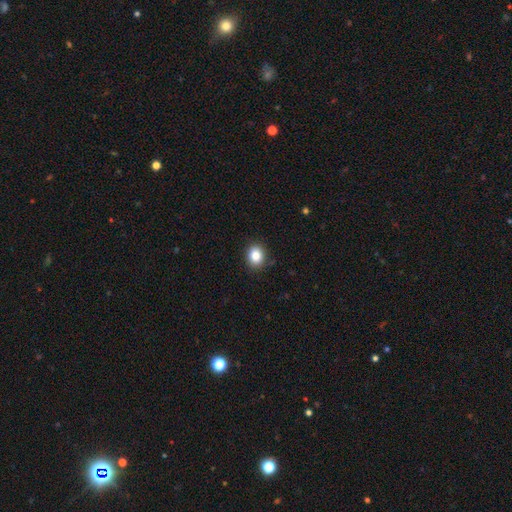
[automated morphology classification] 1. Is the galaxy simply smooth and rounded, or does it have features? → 85% smooth, 10% star or artifact, 5% featured or disk.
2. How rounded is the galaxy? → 58% round, 41% in between, 1% cigar-shaped.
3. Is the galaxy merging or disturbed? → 89% none, 8% minor disturbance, 2% major disturbance, 1% merger.